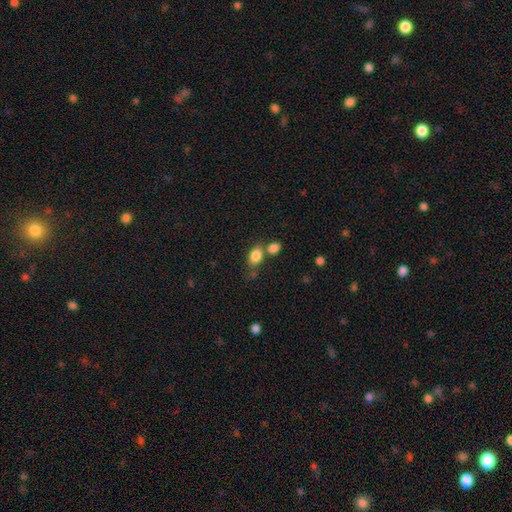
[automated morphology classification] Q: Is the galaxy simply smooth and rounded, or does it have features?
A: smooth — 84%.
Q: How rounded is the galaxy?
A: in between — 80%.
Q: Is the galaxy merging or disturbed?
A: none — 50%.